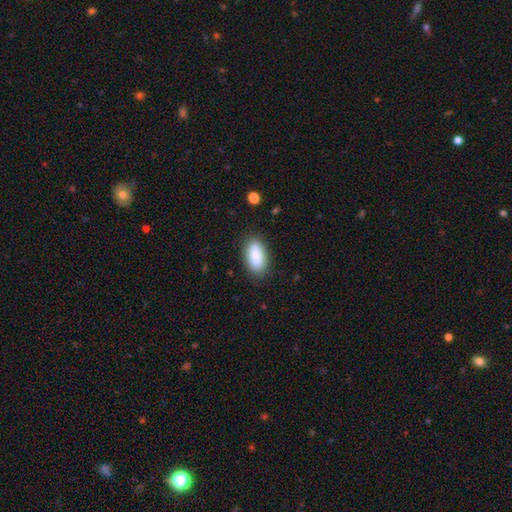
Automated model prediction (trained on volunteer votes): This is clearly a smooth galaxy (88%). How rounded: clearly in between (89%). Merging: clearly none (85%).